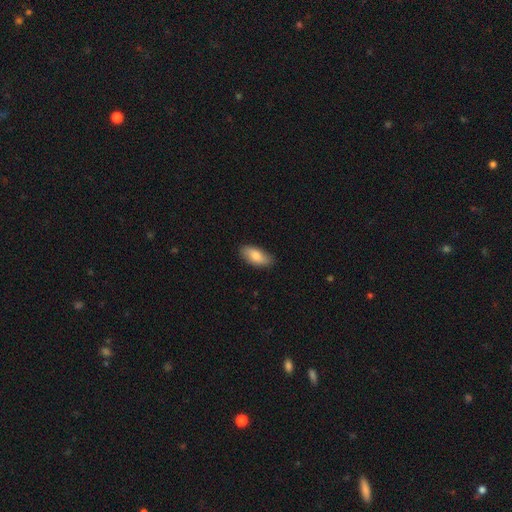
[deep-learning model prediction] A smooth galaxy with no disk features (79%) that is in between round and cigar-shaped (90%).

Vote fractions:
- Smooth or featured? smooth: 79% / featured or disk: 15% / star or artifact: 6%
- How rounded? in between: 90% / cigar-shaped: 8% / round: 3%
- Merging? none: 85% / minor disturbance: 12% / major disturbance: 2% / merger: 1%